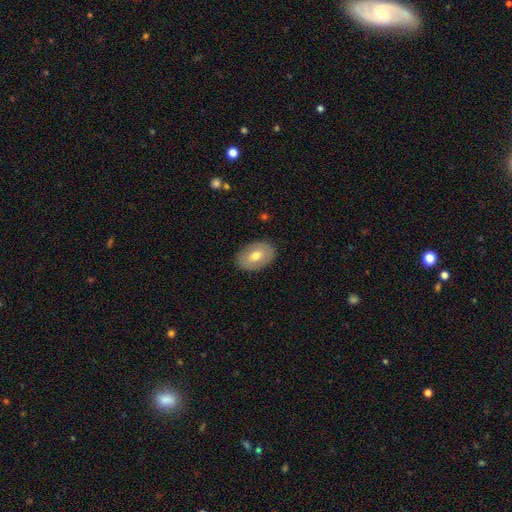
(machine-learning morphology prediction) The model was most divided on "smooth or featured": smooth: 65%, featured or disk: 28%, star or artifact: 7%. More confident: how rounded — in between (87%); merging — none (86%).